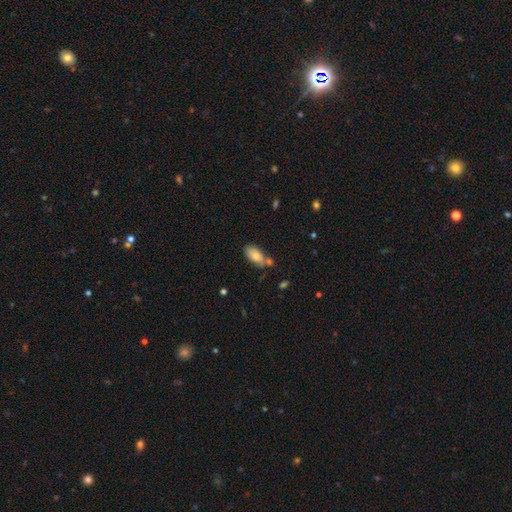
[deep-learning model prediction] smooth_or_featured: smooth (p=0.80) [alt: featured or disk p=0.13]
how_rounded: in between (p=0.92) [alt: cigar-shaped p=0.05]
merging: none (p=0.61) [alt: minor disturbance p=0.18]